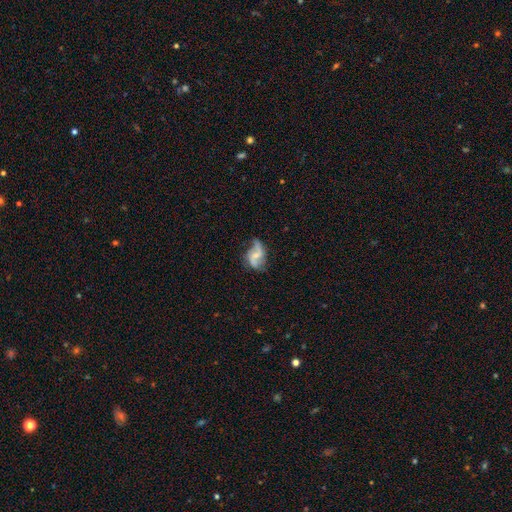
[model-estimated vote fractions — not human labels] Smooth or featured?
  - featured or disk: 80% *
  - smooth: 13%
  - star or artifact: 7%
Edge-on disk?
  - no: 97% *
  - yes: 3%
Bar?
  - weak: 46% *
  - no: 36%
  - strong: 18%
Spiral arms?
  - yes: 93% *
  - no: 7%
Spiral winding?
  - loose: 70% *
  - medium: 24%
  - tight: 6%
Spiral arm count?
  - 2: 90% *
  - can't tell: 4%
  - 1: 3%
  - 3: 2%
  - 4: 1%
  - more than 4: 1%
Bulge size?
  - small: 49% *
  - moderate: 28%
  - none: 20%
  - large: 2%
  - dominant: 1%
Merging?
  - none: 61% *
  - minor disturbance: 23%
  - major disturbance: 13%
  - merger: 3%